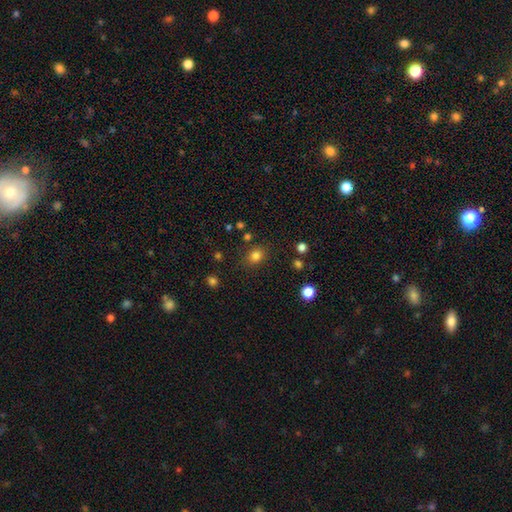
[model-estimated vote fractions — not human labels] Q: Smooth or featured?
A: smooth (81%); runner-up: star or artifact (13%)
Q: How rounded?
A: round (66%); runner-up: in between (33%)
Q: Merging?
A: none (83%); runner-up: minor disturbance (10%)